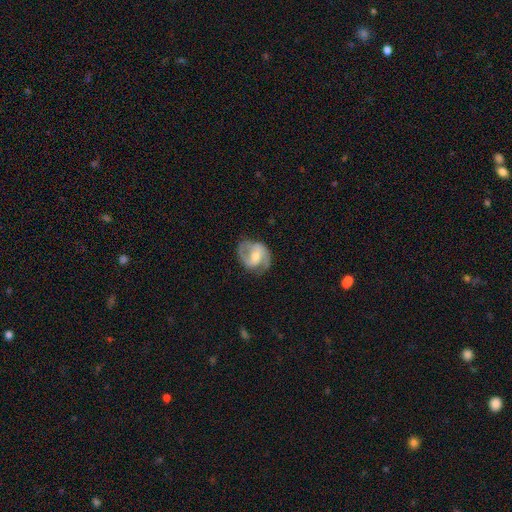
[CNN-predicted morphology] featured or disk 79%, smooth 16%, star or artifact 5%. Down the decision tree: edge-on disk — no (97%); bar — weak (46%); spiral arms — yes (91%); spiral arm count — 2 (86%); spiral winding — medium (54%); bulge size — moderate (53%); merging — none (72%).